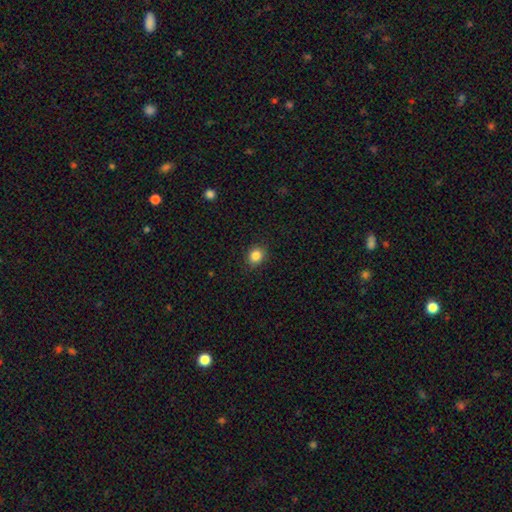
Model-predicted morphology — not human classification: The model was most divided on "how rounded": round: 78%, in between: 21%, cigar-shaped: 1%. More confident: merging — none (88%); smooth or featured — smooth (85%).